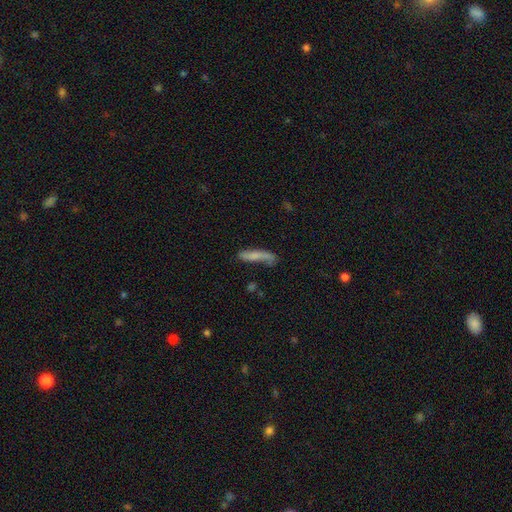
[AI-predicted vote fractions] Q: Smooth or featured?
A: smooth (60%); runner-up: featured or disk (33%)
Q: How rounded?
A: cigar-shaped (82%); runner-up: in between (16%)
Q: Merging?
A: none (54%); runner-up: minor disturbance (27%)